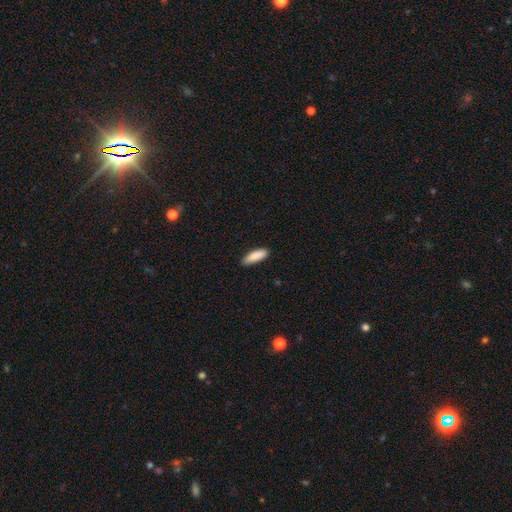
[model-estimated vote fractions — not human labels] Morphology: type=smooth (89%); roundness=in between (63%); merging=none (84%).